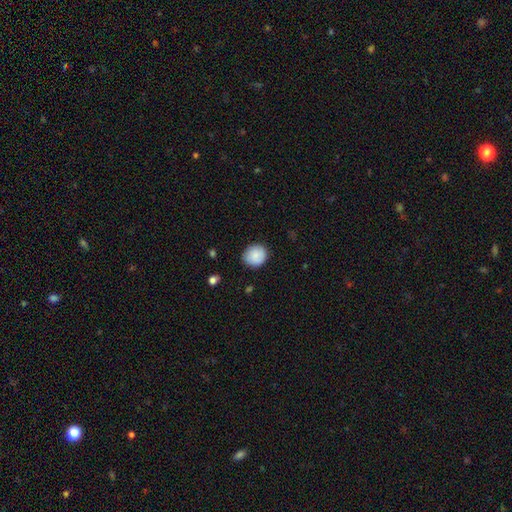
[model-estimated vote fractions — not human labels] Smooth or featured?
  - smooth: 82% *
  - featured or disk: 10%
  - star or artifact: 7%
How rounded?
  - round: 81% *
  - in between: 18%
  - cigar-shaped: 1%
Merging?
  - none: 82% *
  - minor disturbance: 14%
  - major disturbance: 3%
  - merger: 1%